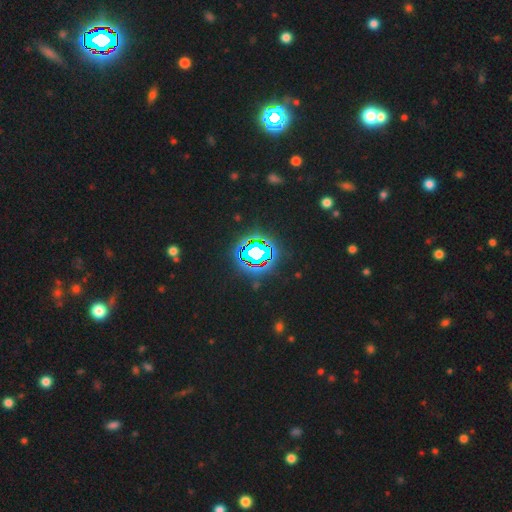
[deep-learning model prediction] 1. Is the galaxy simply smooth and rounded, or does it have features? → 79% star or artifact, 13% smooth, 8% featured or disk.